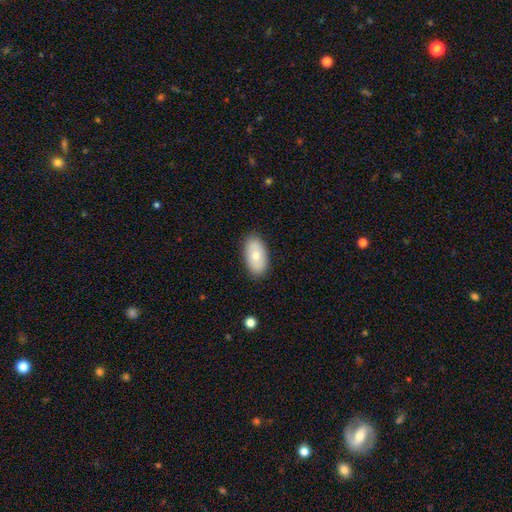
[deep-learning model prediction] Smooth or featured: smooth — 72% (featured or disk — 22%)
How rounded: in between — 94% (round — 4%)
Merging: none — 86% (minor disturbance — 11%)